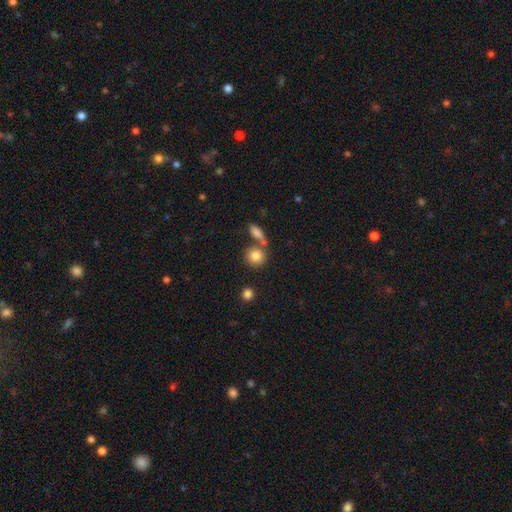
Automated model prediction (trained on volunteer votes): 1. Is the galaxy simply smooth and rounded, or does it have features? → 82% smooth, 9% star or artifact, 9% featured or disk.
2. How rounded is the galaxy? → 83% round, 16% in between, 1% cigar-shaped.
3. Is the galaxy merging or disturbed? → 60% none, 26% merger, 10% minor disturbance, 4% major disturbance.